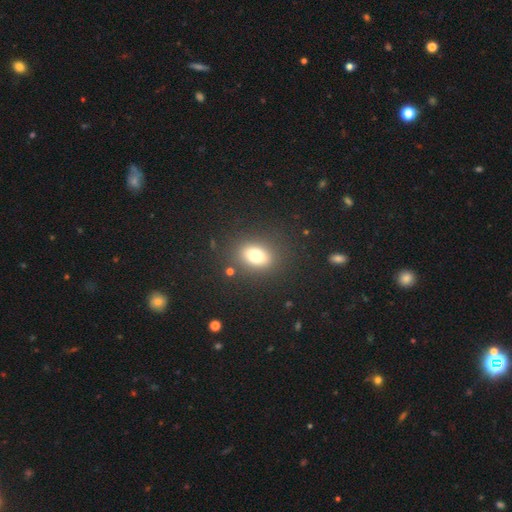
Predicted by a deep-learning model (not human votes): Morphology: type=smooth (76%); roundness=in between (65%); merging=none (84%).